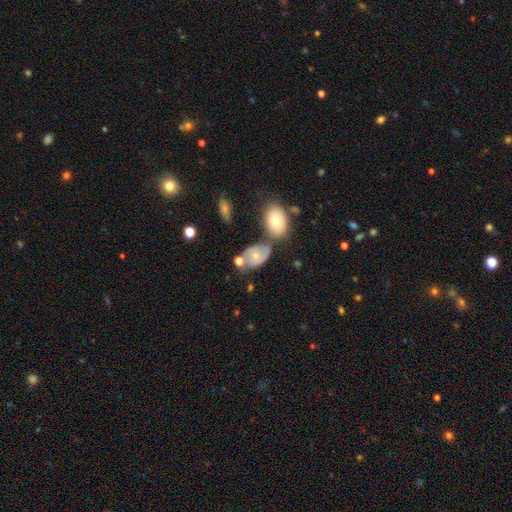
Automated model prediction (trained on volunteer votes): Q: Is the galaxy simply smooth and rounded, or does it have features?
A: featured or disk — 54%.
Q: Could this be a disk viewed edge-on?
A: no — 96%.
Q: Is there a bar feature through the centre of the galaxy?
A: no — 77%.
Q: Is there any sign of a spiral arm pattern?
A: yes — 76%.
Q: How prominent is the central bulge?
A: small — 62%.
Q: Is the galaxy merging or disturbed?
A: none — 42%.